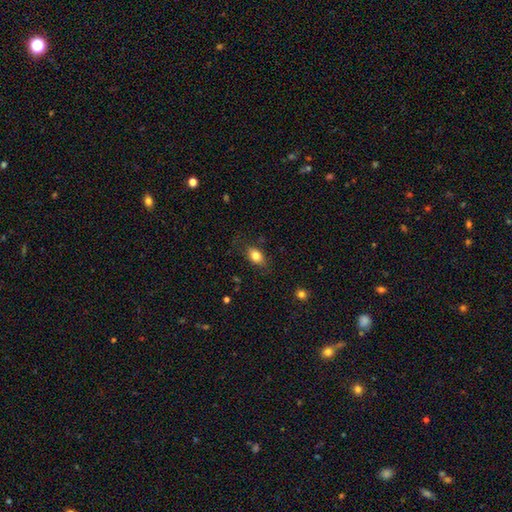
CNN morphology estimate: Smooth or featured? smooth (81%)
How rounded? in between (82%)
Merging? none (79%)